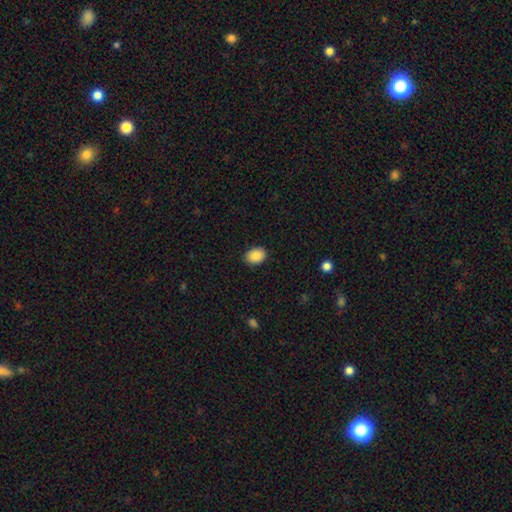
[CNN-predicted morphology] This is clearly a smooth galaxy (89%). How rounded: likely in between (70%). Merging: clearly none (88%).